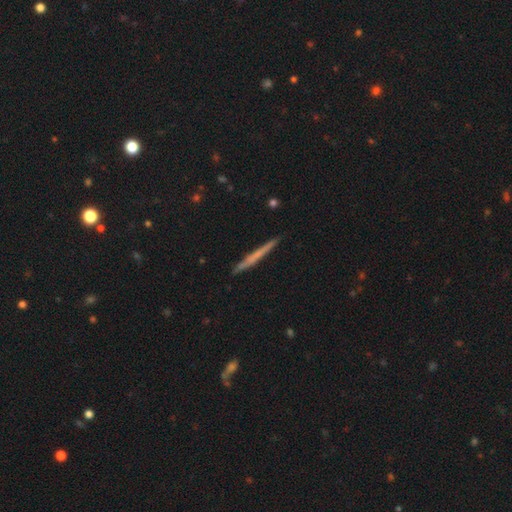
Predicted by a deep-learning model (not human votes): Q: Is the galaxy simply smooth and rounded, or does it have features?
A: smooth — 49%.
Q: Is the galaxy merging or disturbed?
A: none — 90%.